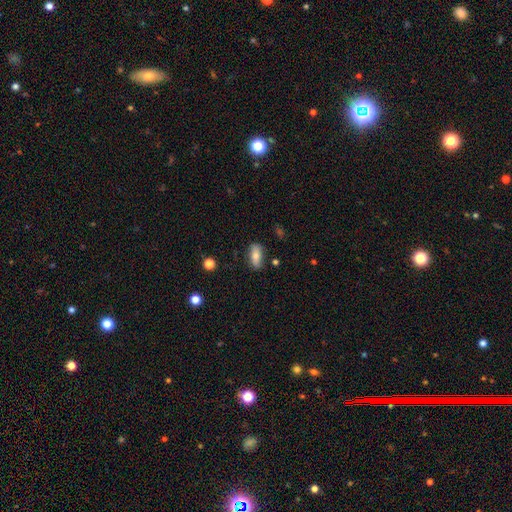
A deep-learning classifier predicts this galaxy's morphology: Smooth or featured? smooth (71%)
How rounded? in between (77%)
Merging? none (81%)